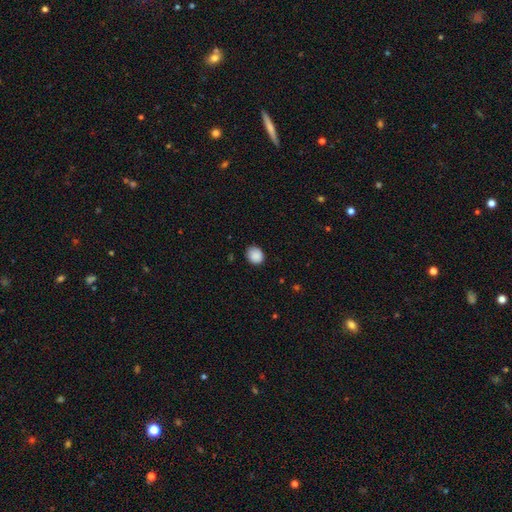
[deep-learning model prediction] Smooth or featured? smooth (88%)
How rounded? round (67%)
Merging? none (81%)